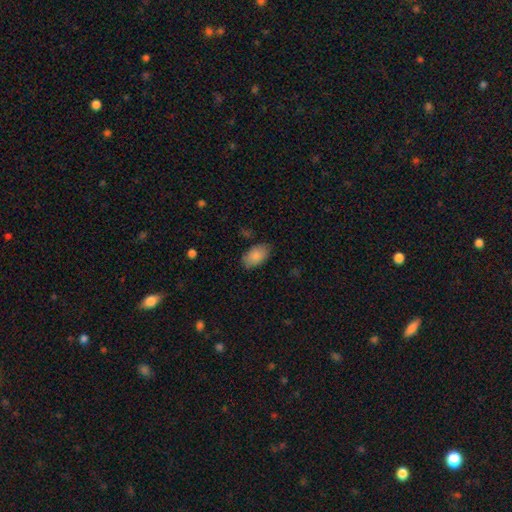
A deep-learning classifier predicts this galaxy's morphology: smooth 86%, featured or disk 7%, star or artifact 7%. Down the decision tree: how rounded — in between (93%); merging — none (80%).